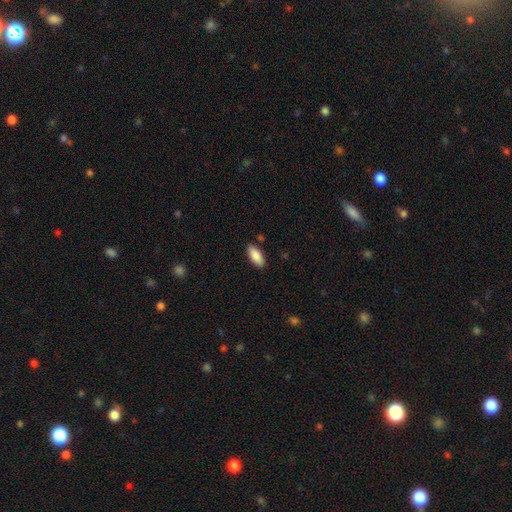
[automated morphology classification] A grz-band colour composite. It shows a smooth galaxy with no disk features (88%) that is in between round and cigar-shaped (86%). Merging: none (87%).